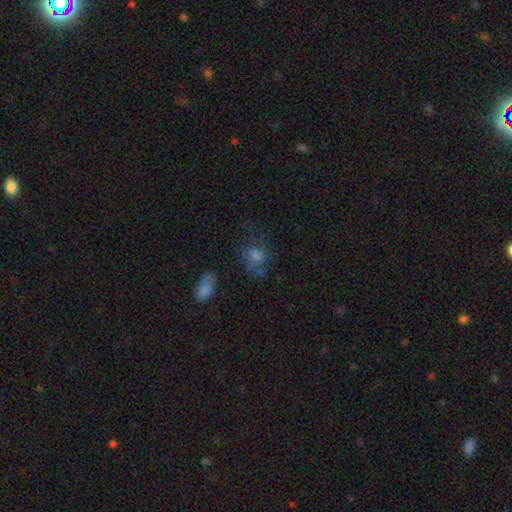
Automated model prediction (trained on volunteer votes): This appears to be a smooth galaxy with no disk features (61%) that is round (62%). Merging: none (51%).